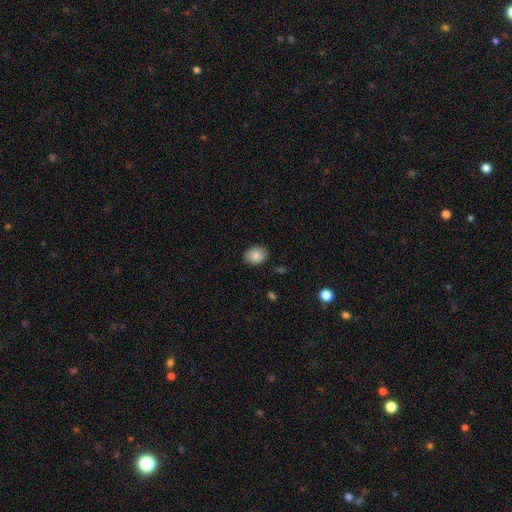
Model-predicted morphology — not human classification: Overall: smooth (86%). How rounded: in between (57%; round 42%). Merging: none (86%).